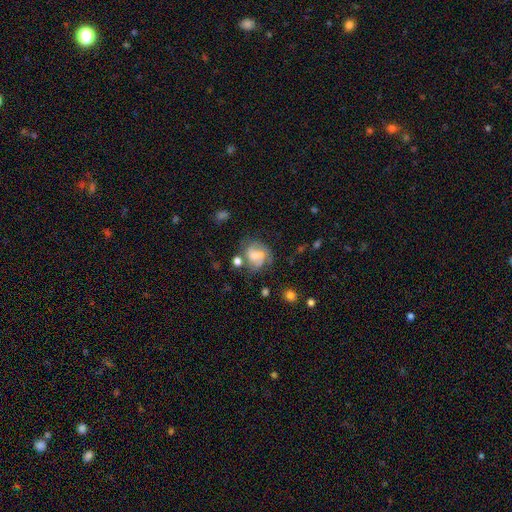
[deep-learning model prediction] Smooth or featured? Predicted: featured or disk (p=0.59). Edge-on disk? Predicted: no (p=0.98). Bar? Predicted: no (p=0.48). Spiral arms? Predicted: yes (p=0.81). Bulge size? Predicted: small (p=0.42). Merging? Predicted: none (p=0.48).